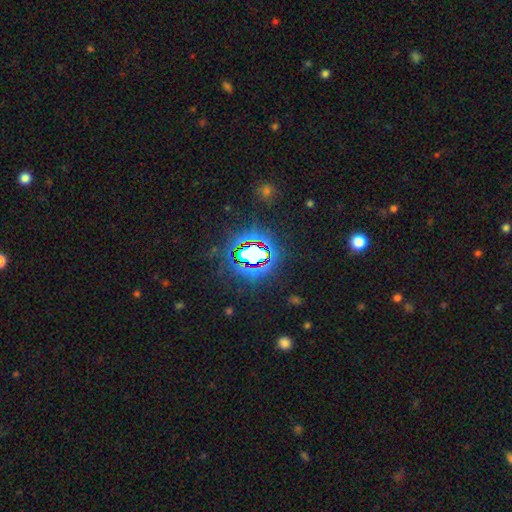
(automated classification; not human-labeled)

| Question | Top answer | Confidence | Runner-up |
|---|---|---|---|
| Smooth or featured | star or artifact | 74% | smooth (16%) |